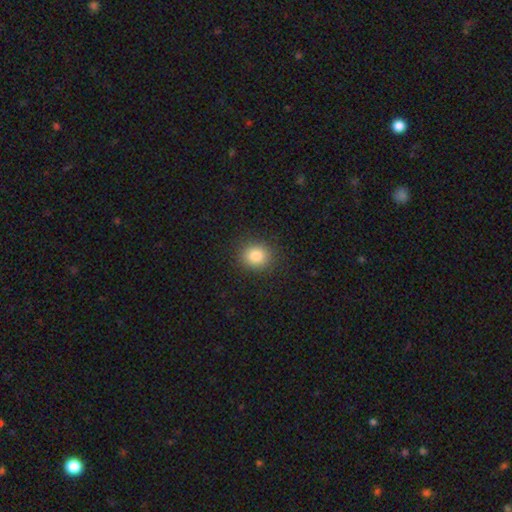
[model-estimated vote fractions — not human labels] smooth 84%, star or artifact 11%, featured or disk 6%. Down the decision tree: how rounded — round (80%); merging — none (89%).